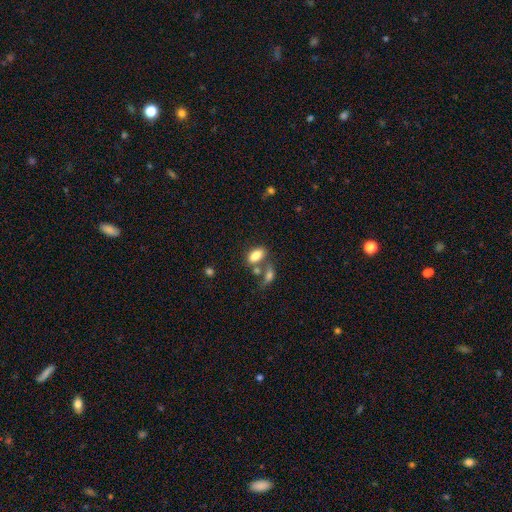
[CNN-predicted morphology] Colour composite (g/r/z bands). It shows a smooth galaxy with no disk features (82%) that is in between round and cigar-shaped (90%). Merging: none (49%).